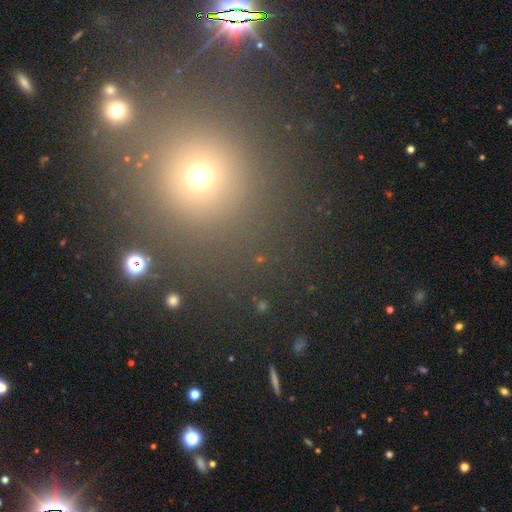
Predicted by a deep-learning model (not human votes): The model was most divided on "smooth or featured": star or artifact: 50%, smooth: 42%, featured or disk: 8%.